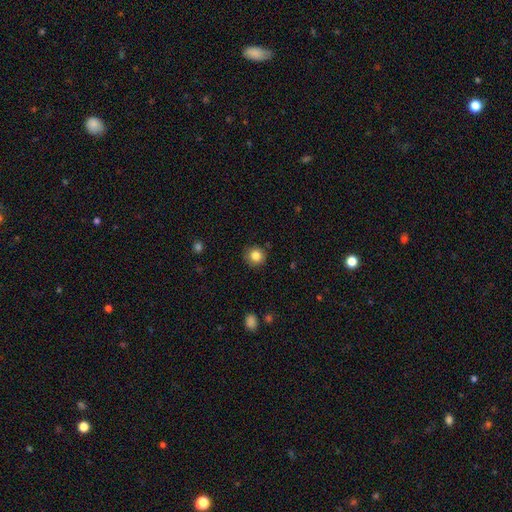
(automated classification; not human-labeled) This appears to be a smooth galaxy with no disk features (84%) that is round (92%). Merging: none (89%).